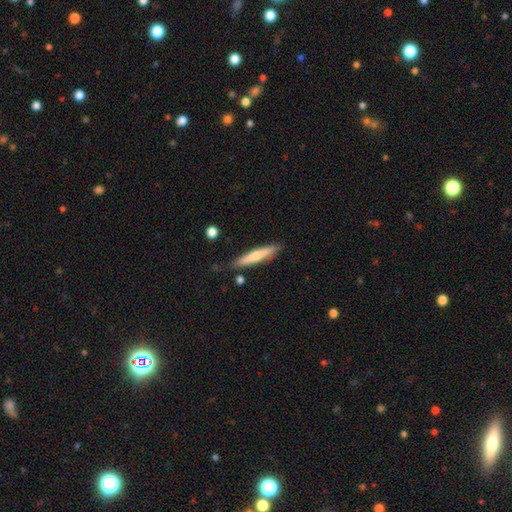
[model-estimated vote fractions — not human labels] The model was most divided on "smooth or featured": smooth: 60%, featured or disk: 35%, star or artifact: 5%. More confident: how rounded — cigar-shaped (92%); merging — none (84%).